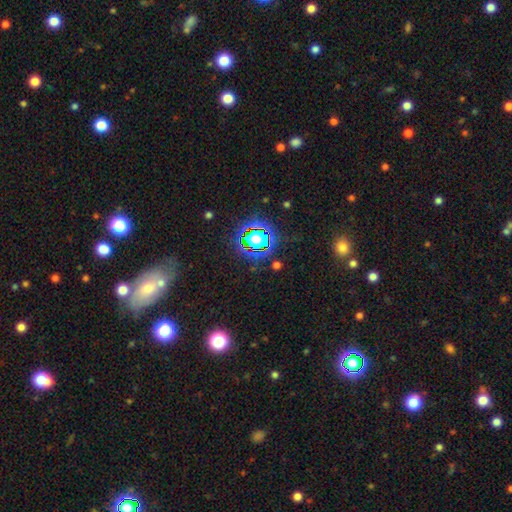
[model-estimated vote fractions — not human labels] smooth_or_featured: star or artifact (p=0.68) [alt: smooth p=0.19]